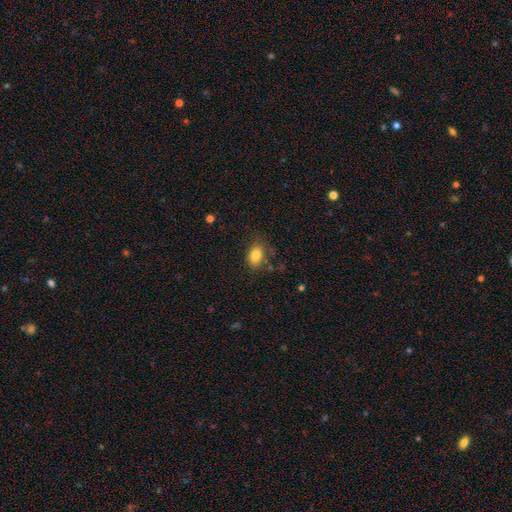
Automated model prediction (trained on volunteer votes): A smooth galaxy with no disk features (82%) that is in between round and cigar-shaped (77%). Merging: none (75%).